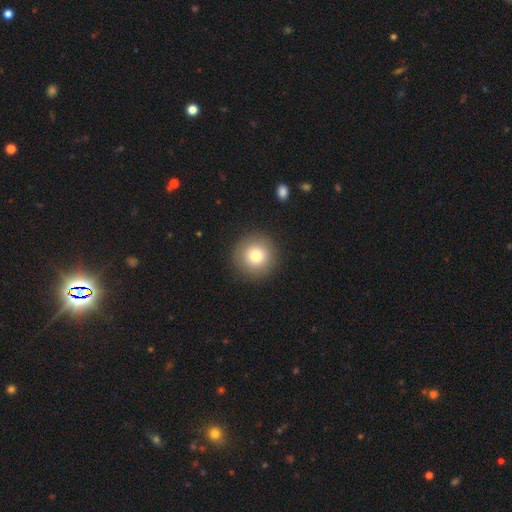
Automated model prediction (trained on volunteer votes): This appears to be a smooth galaxy with no disk features (80%) that is round (96%). Merging: none (91%).